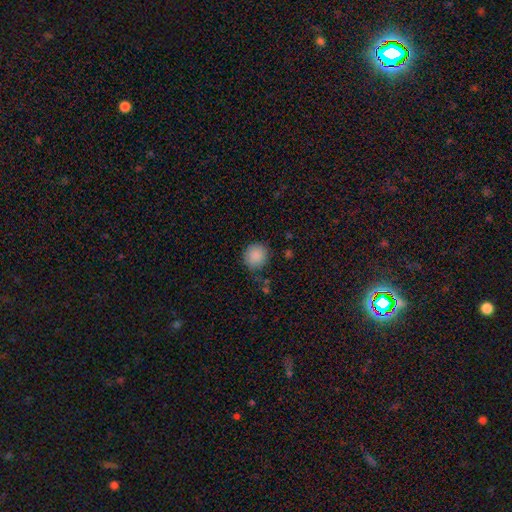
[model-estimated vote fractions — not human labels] Smooth or featured: smooth — 87% (star or artifact — 9%)
How rounded: round — 91% (in between — 9%)
Merging: none — 81% (minor disturbance — 13%)